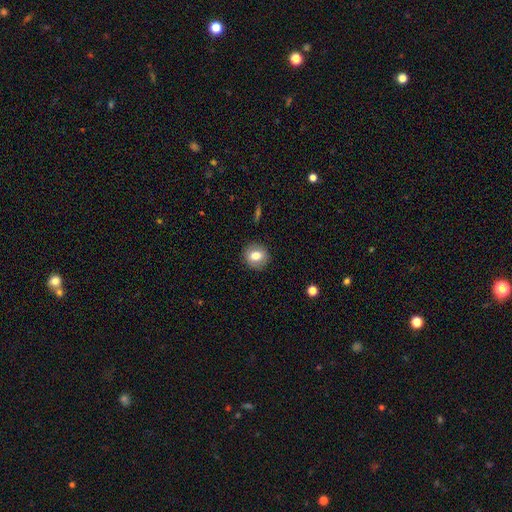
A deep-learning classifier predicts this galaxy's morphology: Overall: smooth (76%). How rounded: round (81%). Merging: none (89%).